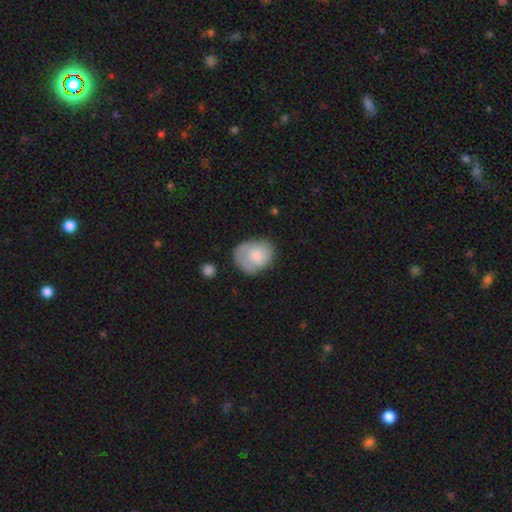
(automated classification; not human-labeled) smooth 71%, featured or disk 22%, star or artifact 7%. Down the decision tree: how rounded — round (53%); merging — none (52%).